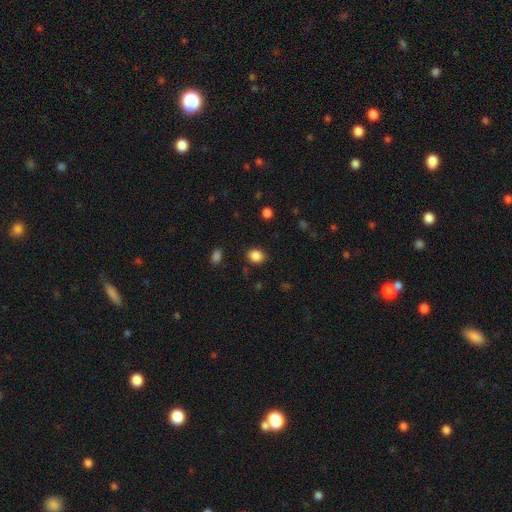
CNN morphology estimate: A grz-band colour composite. It shows a smooth galaxy with no disk features (86%) that is round (62%). Merging: none (86%).